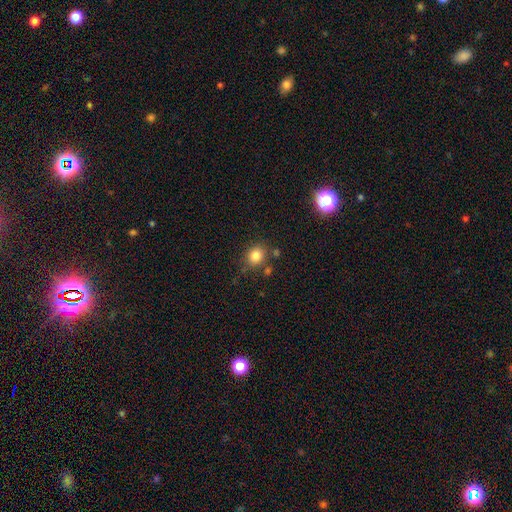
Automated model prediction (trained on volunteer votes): Overall: smooth (82%). How rounded: round (74%). Merging: none (78%).